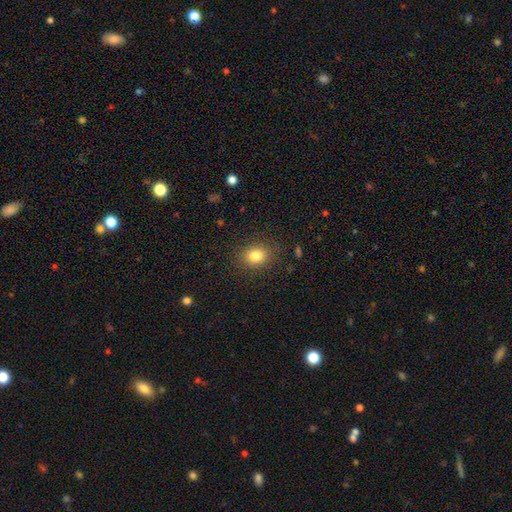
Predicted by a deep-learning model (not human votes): Smooth or featured?
  - smooth: 82% *
  - star or artifact: 11%
  - featured or disk: 7%
How rounded?
  - in between: 52% *
  - round: 47%
  - cigar-shaped: 1%
Merging?
  - none: 86% *
  - minor disturbance: 10%
  - major disturbance: 3%
  - merger: 1%